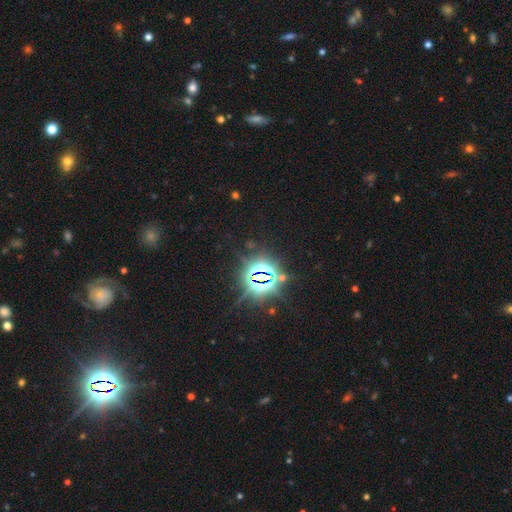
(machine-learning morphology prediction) type=star or artifact (84%).